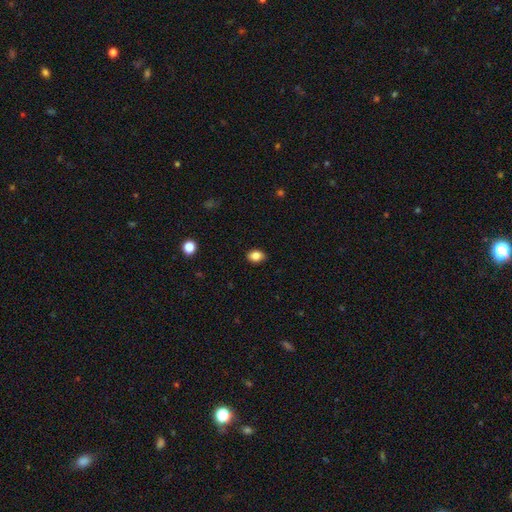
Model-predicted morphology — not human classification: Smooth or featured?
  - smooth: 85% *
  - star or artifact: 10%
  - featured or disk: 5%
How rounded?
  - in between: 68% *
  - round: 31%
  - cigar-shaped: 1%
Merging?
  - none: 88% *
  - minor disturbance: 9%
  - major disturbance: 2%
  - merger: 1%